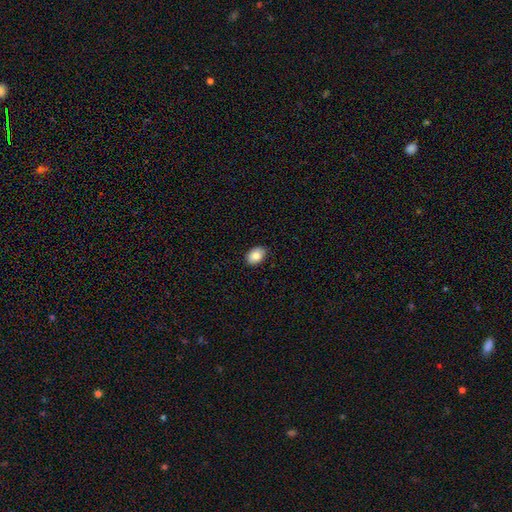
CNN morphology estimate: smooth 85%, star or artifact 8%, featured or disk 7%. Down the decision tree: how rounded — in between (81%); merging — none (87%).